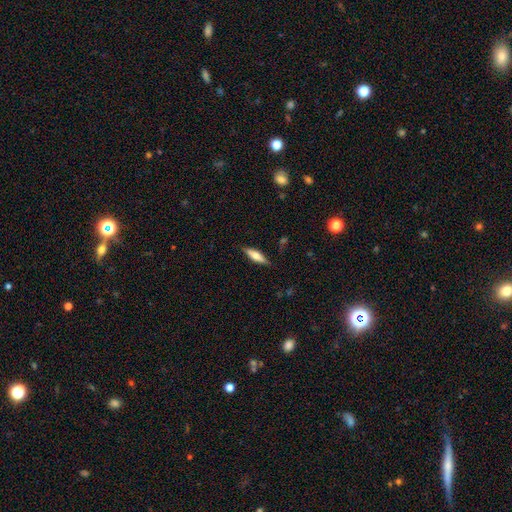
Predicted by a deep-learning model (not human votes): Q: Smooth or featured?
A: smooth (56%); runner-up: featured or disk (38%)
Q: How rounded?
A: cigar-shaped (63%); runner-up: in between (35%)
Q: Merging?
A: none (84%); runner-up: minor disturbance (12%)